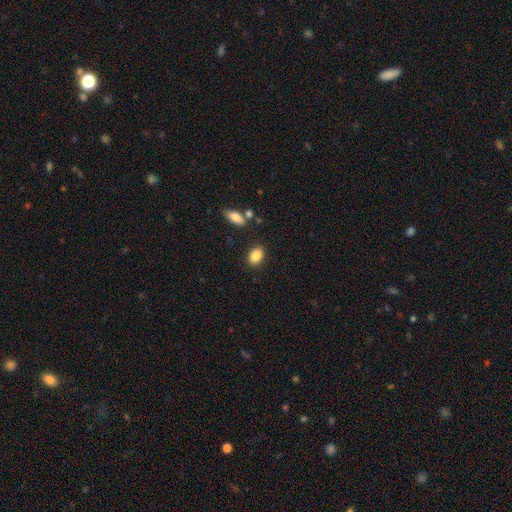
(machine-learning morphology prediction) A smooth galaxy with no disk features (86%) that is in between round and cigar-shaped (83%).

Vote fractions:
- Smooth or featured? smooth: 86% / star or artifact: 8% / featured or disk: 6%
- How rounded? in between: 83% / round: 15% / cigar-shaped: 2%
- Merging? none: 85% / minor disturbance: 9% / merger: 3% / major disturbance: 3%